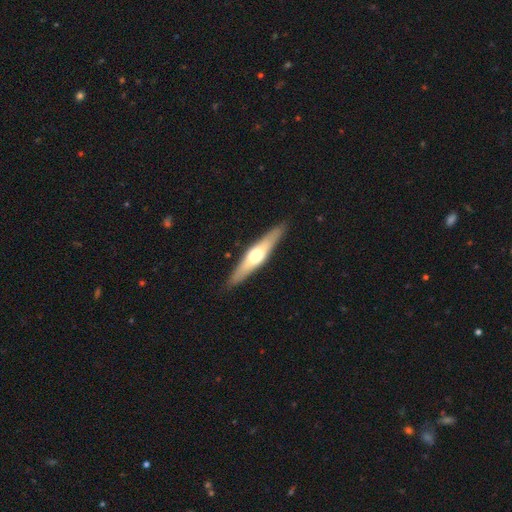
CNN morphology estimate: Q: Smooth or featured?
A: featured or disk (59%); runner-up: smooth (36%)
Q: Edge-on disk?
A: yes (93%); runner-up: no (7%)
Q: Edge-on bulge?
A: rounded (92%); runner-up: boxy (4%)
Q: Merging?
A: none (89%); runner-up: minor disturbance (8%)